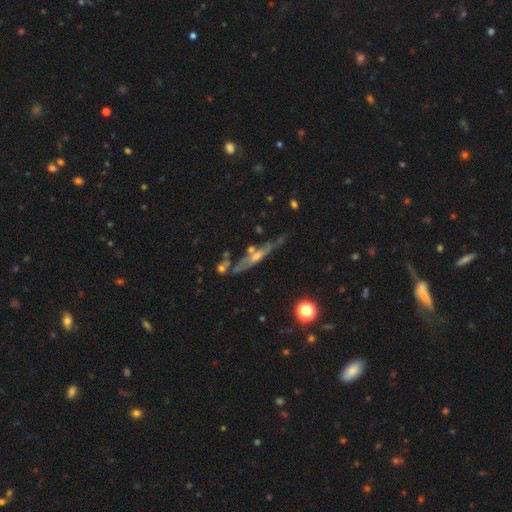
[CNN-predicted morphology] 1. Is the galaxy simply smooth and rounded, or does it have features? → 66% featured or disk, 22% smooth, 11% star or artifact.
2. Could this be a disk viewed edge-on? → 80% yes, 20% no.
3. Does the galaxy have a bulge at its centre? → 62% rounded, 30% none, 8% boxy.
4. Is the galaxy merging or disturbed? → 62% none, 19% minor disturbance, 11% merger, 8% major disturbance.